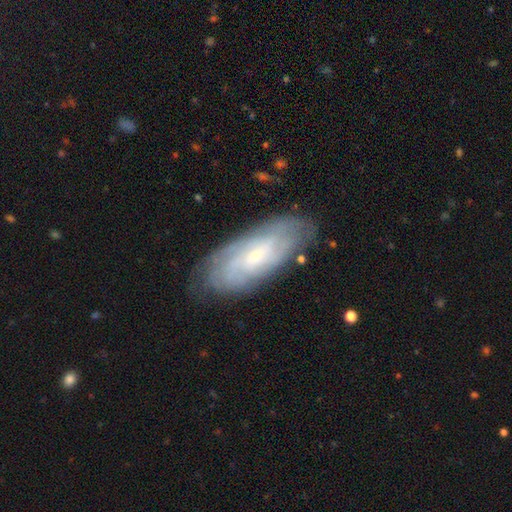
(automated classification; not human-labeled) The model was most divided on "bar": no: 57%, weak: 36%, strong: 7%. More confident: edge-on disk — no (88%); spiral arms — yes (85%); merging — none (77%); bulge size — small (71%); smooth or featured — featured or disk (68%); spiral winding — tight (63%); spiral arm count — can't tell (60%).